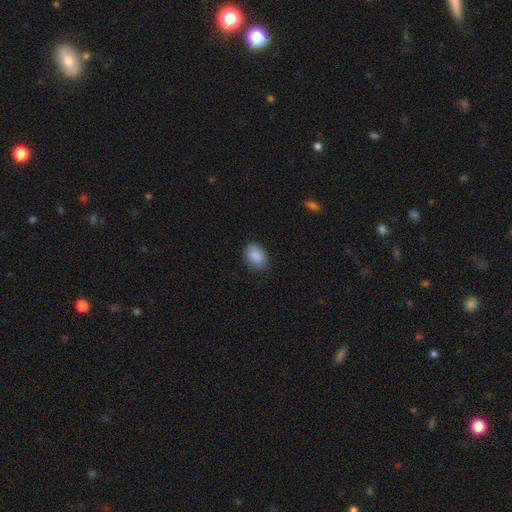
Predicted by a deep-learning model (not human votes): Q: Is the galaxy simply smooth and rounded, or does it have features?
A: smooth — 89%.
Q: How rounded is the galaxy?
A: in between — 80%.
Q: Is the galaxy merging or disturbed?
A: none — 82%.